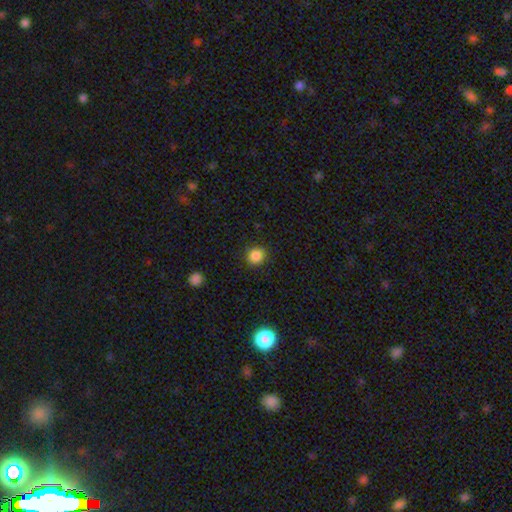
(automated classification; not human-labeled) smooth 85%, star or artifact 11%, featured or disk 4%. Down the decision tree: how rounded — round (83%); merging — none (87%).